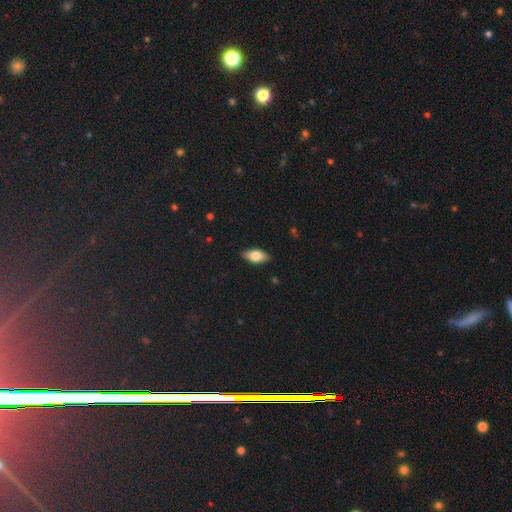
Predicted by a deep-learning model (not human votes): The model was most divided on "smooth or featured": smooth: 73%, featured or disk: 21%, star or artifact: 7%. More confident: how rounded — in between (87%); merging — none (87%).